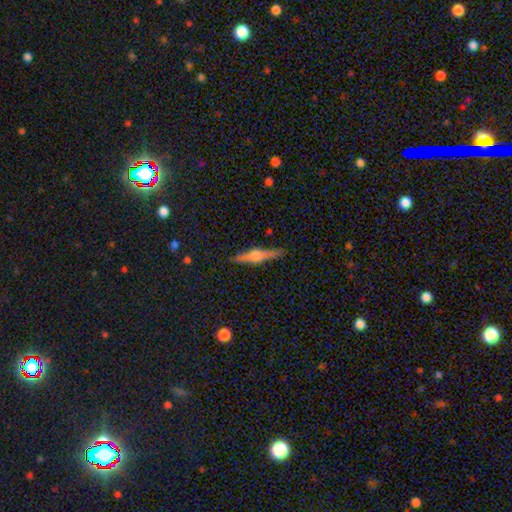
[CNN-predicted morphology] This appears to be a featured or disk galaxy (64%) viewed edge-on (97%) with a rounded central bulge (89%). Merging: none (88%).